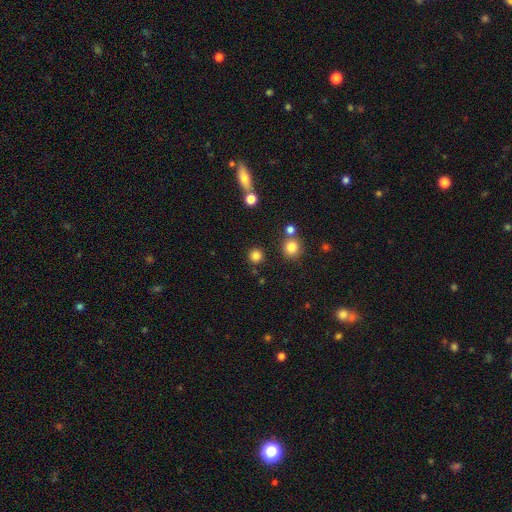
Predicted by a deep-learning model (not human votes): This appears to be a smooth galaxy with no disk features (81%) that is round (93%). Merging: none (86%).